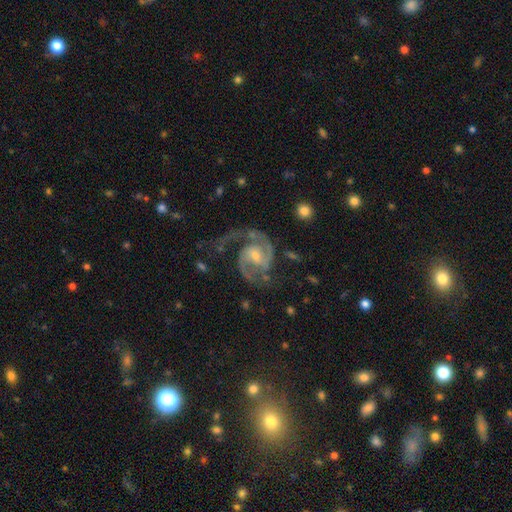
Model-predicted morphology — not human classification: smooth-or-featured: featured or disk: 93% | star or artifact: 4% | smooth: 3%
  disk-edge-on: no: 98% | yes: 2%
    bar: weak: 45% | no: 41% | strong: 14%
    has-spiral-arms: yes: 98% | no: 2%
      spiral-winding: medium: 61% | tight: 20% | loose: 18%
      spiral-arm-count: 2: 91% | 1: 2% | 3: 2% | can't tell: 2% | 4: 1% | more than 4: 1%
    bulge-size: small: 54% | moderate: 40% | none: 3% | large: 2% | dominant: 1%
  merging: none: 65% | minor disturbance: 17% | major disturbance: 15% | merger: 3%